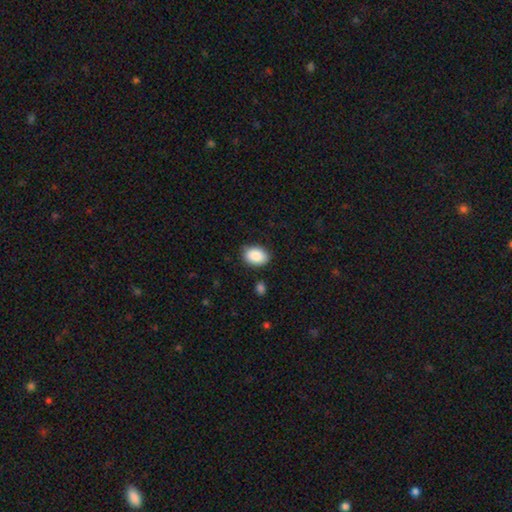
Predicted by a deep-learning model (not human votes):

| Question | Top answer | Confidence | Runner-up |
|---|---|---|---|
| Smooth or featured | smooth | 89% | star or artifact (7%) |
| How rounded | in between | 85% | round (14%) |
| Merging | none | 85% | minor disturbance (11%) |